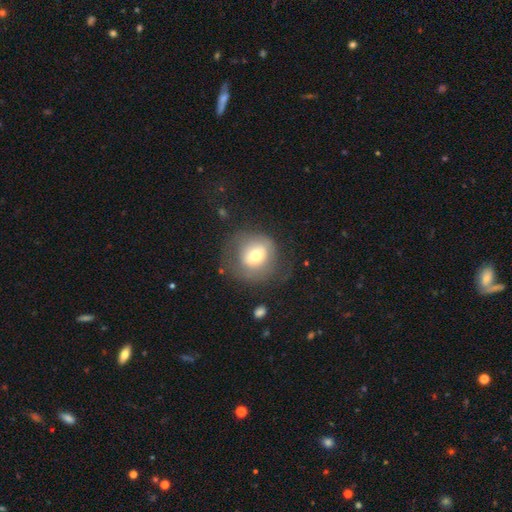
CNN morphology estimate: This appears to be a smooth galaxy with no disk features (58%) that is round (86%). Merging: none (57%).